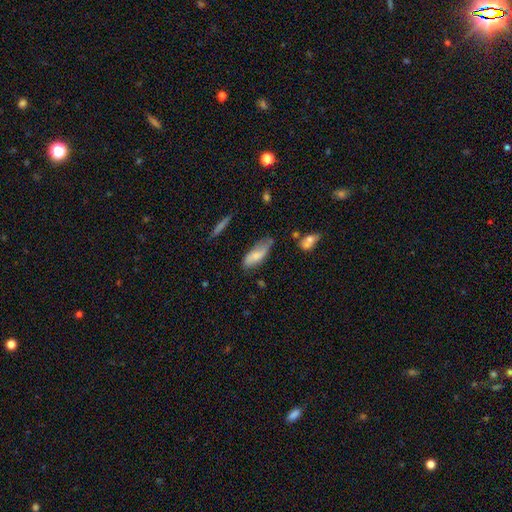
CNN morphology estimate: A smooth galaxy with no disk features (69%) that is in between round and cigar-shaped (73%).

Vote fractions:
- Smooth or featured? smooth: 69% / featured or disk: 24% / star or artifact: 7%
- How rounded? in between: 73% / cigar-shaped: 25% / round: 2%
- Merging? none: 53% / minor disturbance: 34% / major disturbance: 9% / merger: 4%